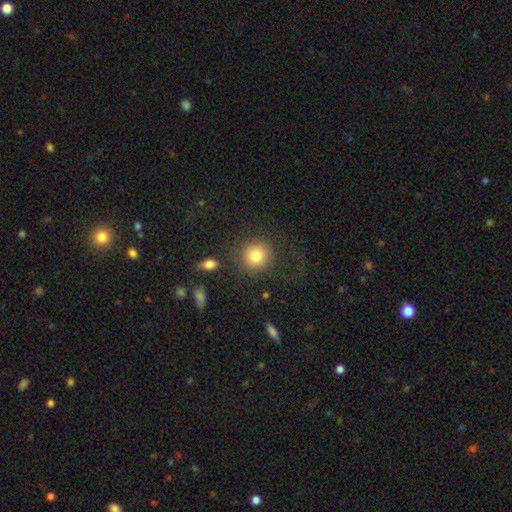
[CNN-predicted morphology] A smooth galaxy with no disk features (82%) that is round (88%). Merging: none (77%).